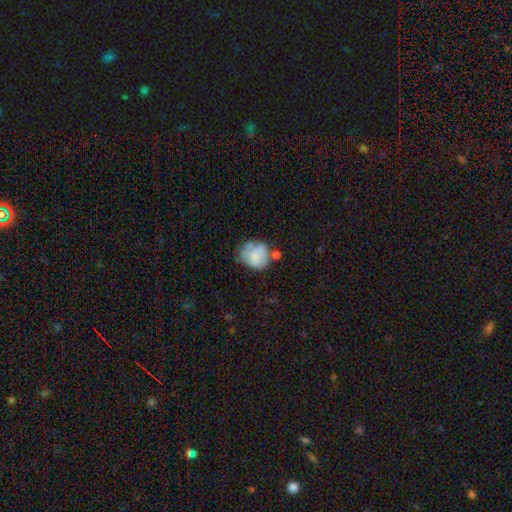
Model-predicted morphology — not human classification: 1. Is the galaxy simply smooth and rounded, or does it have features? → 63% smooth, 28% featured or disk, 8% star or artifact.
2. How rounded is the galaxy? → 66% round, 33% in between, 1% cigar-shaped.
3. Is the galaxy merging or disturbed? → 40% none, 28% minor disturbance, 16% merger, 16% major disturbance.